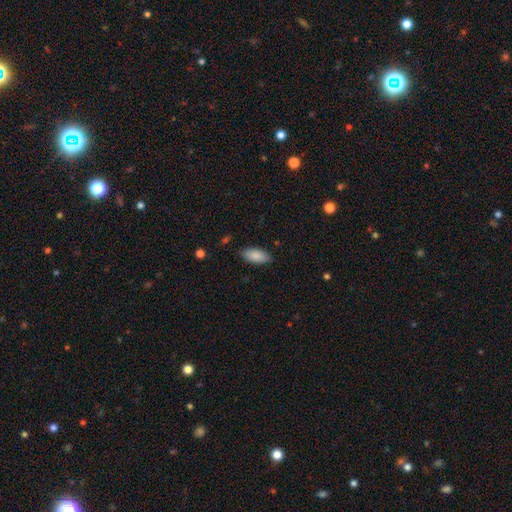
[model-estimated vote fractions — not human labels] smooth-or-featured: smooth: 87% | featured or disk: 7% | star or artifact: 6%
  how-rounded: in between: 89% | cigar-shaped: 9% | round: 2%
  merging: none: 85% | minor disturbance: 11% | major disturbance: 2% | merger: 1%